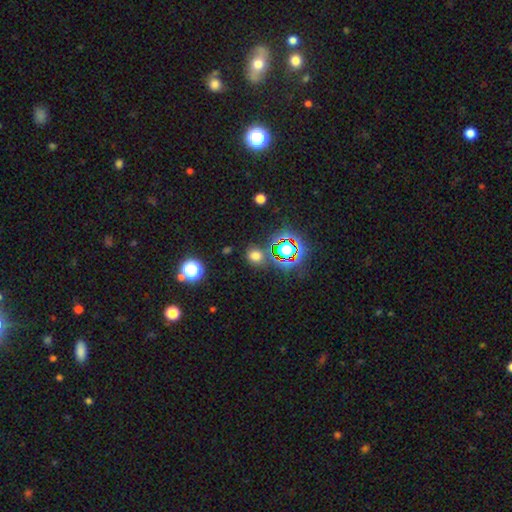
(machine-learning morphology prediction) A smooth galaxy with no disk features (64%) that is round (76%). Merging: none (79%).